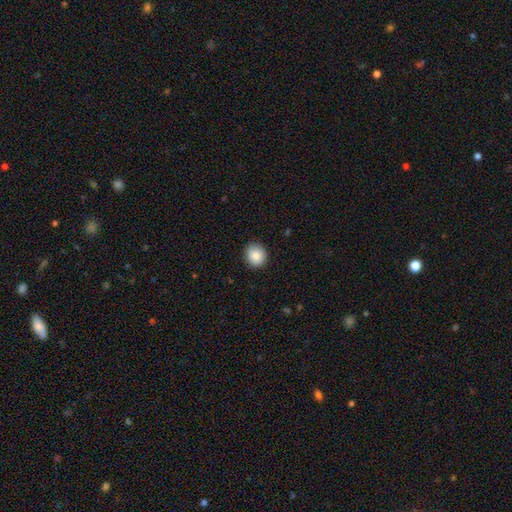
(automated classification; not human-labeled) This appears to be a smooth galaxy with no disk features (87%) that is round (84%). Merging: none (87%).